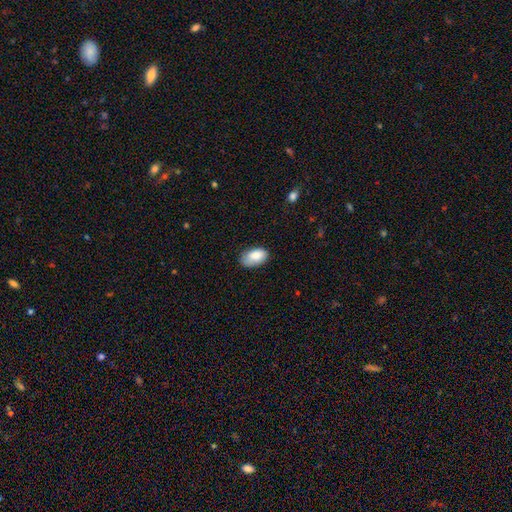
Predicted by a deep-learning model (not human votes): The model was most divided on "merging": none: 71%, minor disturbance: 23%, major disturbance: 4%, merger: 1%. More confident: how rounded — in between (94%); smooth or featured — smooth (85%).